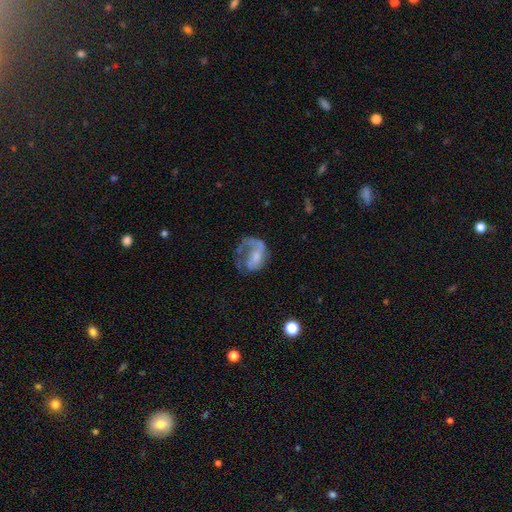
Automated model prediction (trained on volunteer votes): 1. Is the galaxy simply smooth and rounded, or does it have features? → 60% featured or disk, 31% smooth, 9% star or artifact.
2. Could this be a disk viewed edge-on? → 97% no, 3% yes.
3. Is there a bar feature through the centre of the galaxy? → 63% no, 29% weak, 8% strong.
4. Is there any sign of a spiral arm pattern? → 62% yes, 38% no.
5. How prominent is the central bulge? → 34% small, 29% none, 28% moderate, 7% large, 2% dominant.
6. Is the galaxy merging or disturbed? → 47% major disturbance, 30% none, 18% minor disturbance, 5% merger.